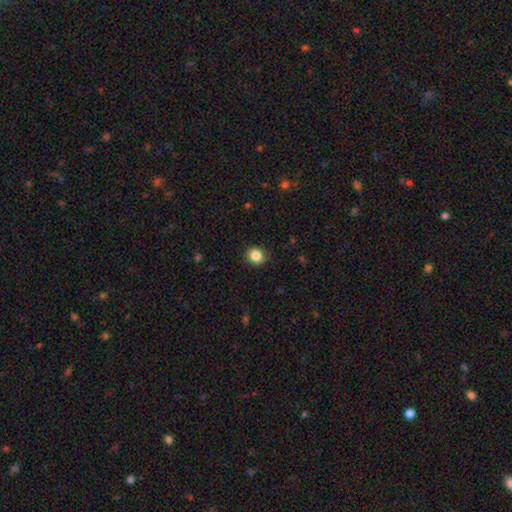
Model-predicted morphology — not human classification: Overall: smooth (85%). How rounded: round (85%). Merging: none (87%).